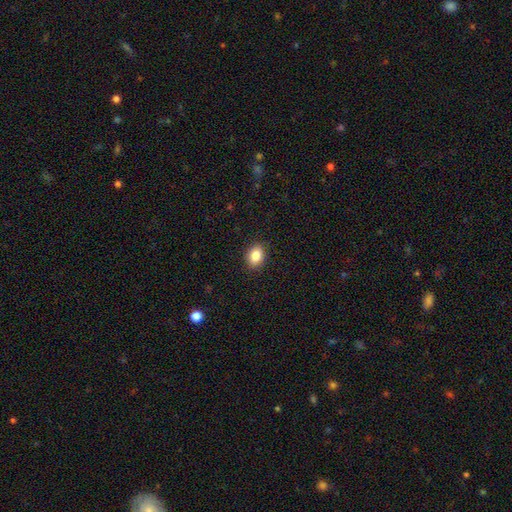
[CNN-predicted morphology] A smooth galaxy with no disk features (85%) that is in between round and cigar-shaped (69%). Merging: none (90%).